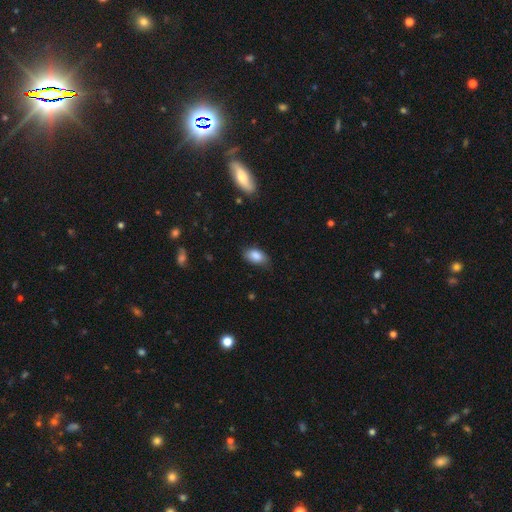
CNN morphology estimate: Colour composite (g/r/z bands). It shows a smooth galaxy with no disk features (86%) that is in between round and cigar-shaped (91%). Merging: none (72%).